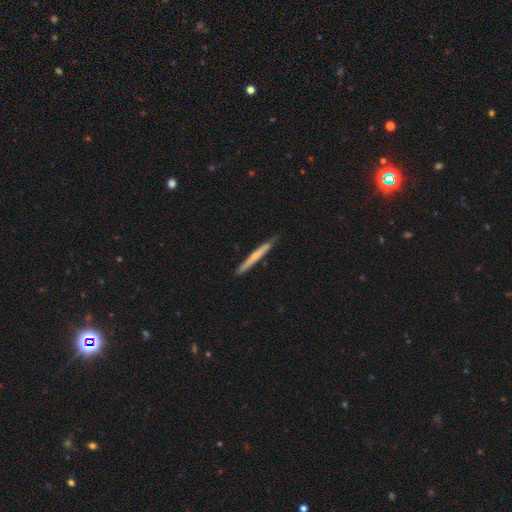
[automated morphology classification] This is possibly a smooth galaxy (51%). How rounded: clearly cigar-shaped (97%). Merging: clearly none (85%).